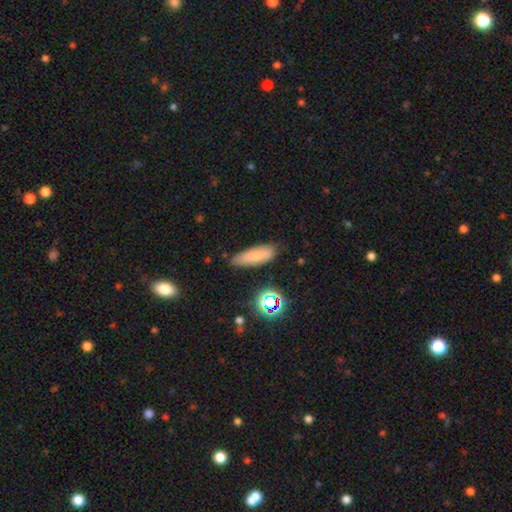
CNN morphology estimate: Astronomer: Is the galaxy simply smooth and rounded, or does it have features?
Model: smooth — 75%.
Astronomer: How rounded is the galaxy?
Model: in between — 56% (runner-up: cigar-shaped, 41%).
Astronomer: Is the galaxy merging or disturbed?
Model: none — 77%.